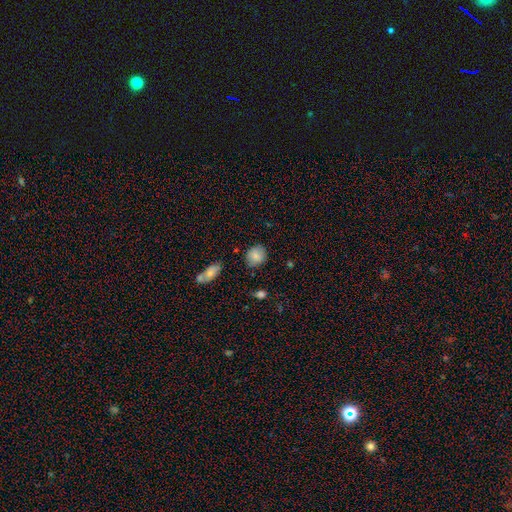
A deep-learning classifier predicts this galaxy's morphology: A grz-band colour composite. It shows a smooth galaxy with no disk features (83%) that is round (76%). Merging: none (80%).